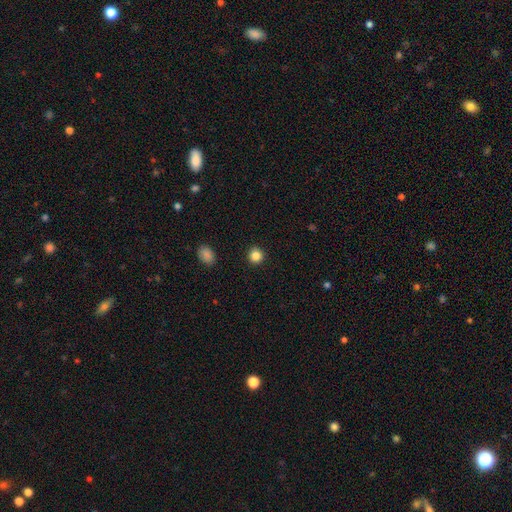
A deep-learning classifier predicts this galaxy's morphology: A smooth galaxy with no disk features (85%) that is round (92%).

Vote fractions:
- Smooth or featured? smooth: 85% / star or artifact: 11% / featured or disk: 4%
- How rounded? round: 92% / in between: 7% / cigar-shaped: 1%
- Merging? none: 92% / minor disturbance: 5% / major disturbance: 2% / merger: 1%